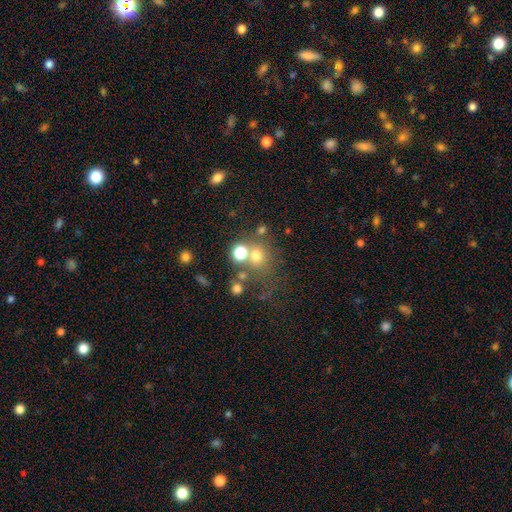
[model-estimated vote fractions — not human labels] Smooth or featured? Predicted: smooth (p=0.66). How rounded? Predicted: round (p=0.81). Merging? Predicted: none (p=0.56).